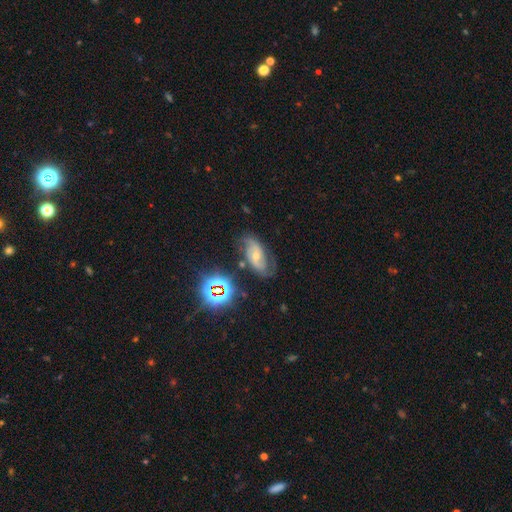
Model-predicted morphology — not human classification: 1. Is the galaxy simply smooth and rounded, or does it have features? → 66% featured or disk, 20% star or artifact, 13% smooth.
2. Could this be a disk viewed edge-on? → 94% no, 6% yes.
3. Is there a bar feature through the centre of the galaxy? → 52% no, 34% weak, 13% strong.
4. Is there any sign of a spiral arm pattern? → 92% yes, 8% no.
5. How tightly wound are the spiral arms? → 45% medium, 36% tight, 20% loose.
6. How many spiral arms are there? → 72% 2, 16% can't tell, 5% 3, 3% 1, 2% 4, 2% more than 4.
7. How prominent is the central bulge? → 56% small, 39% moderate, 2% none, 2% large, 1% dominant.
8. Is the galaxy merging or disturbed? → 72% none, 19% minor disturbance, 7% major disturbance, 3% merger.